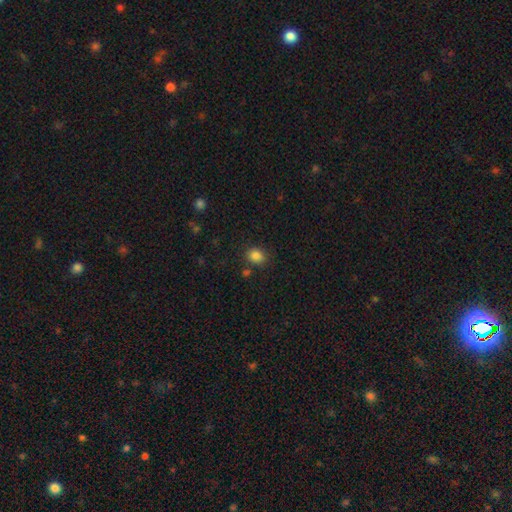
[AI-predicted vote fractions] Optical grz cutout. It shows a smooth galaxy with no disk features (85%) that is round (55%). Merging: none (80%).